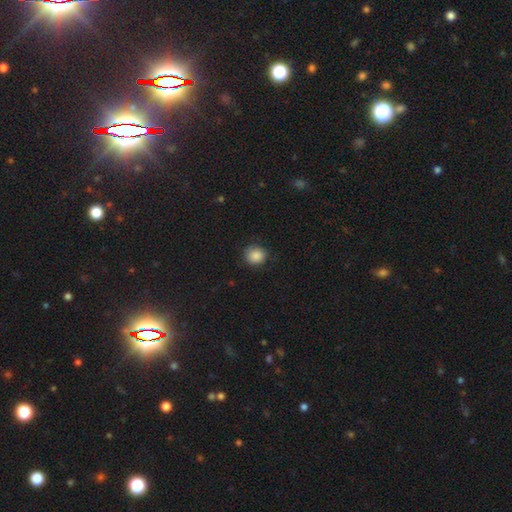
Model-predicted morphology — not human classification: A smooth galaxy with no disk features (87%) that is round (84%). Merging: none (83%).